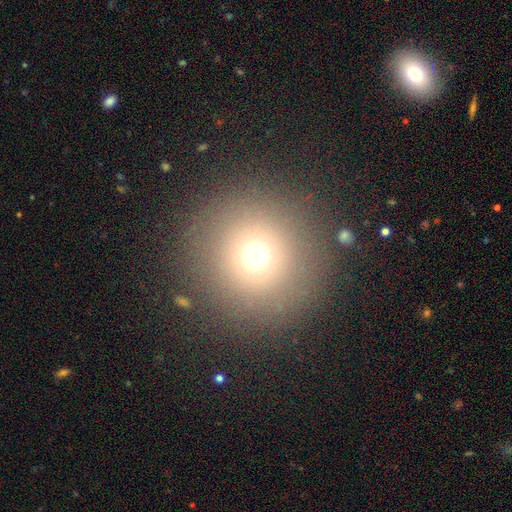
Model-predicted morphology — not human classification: Smooth or featured: smooth — 70% (star or artifact — 20%)
How rounded: round — 96% (in between — 3%)
Merging: none — 88% (minor disturbance — 6%)